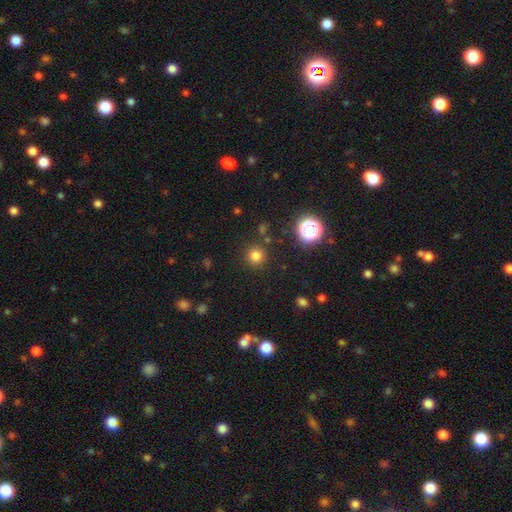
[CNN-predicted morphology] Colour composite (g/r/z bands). It shows a smooth galaxy with no disk features (78%) that is round (95%). Merging: none (88%).